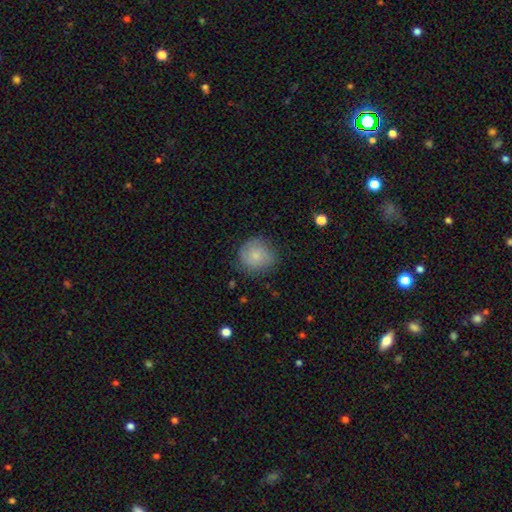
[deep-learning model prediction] Smooth or featured? smooth (74%)
How rounded? round (90%)
Merging? none (78%)